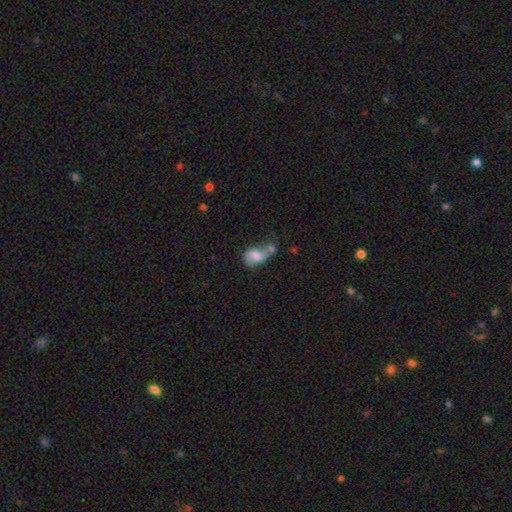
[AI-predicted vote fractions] Overall: smooth (54%; featured or disk 35%). How rounded: in between (78%). Merging: merger (43%; none 22%).